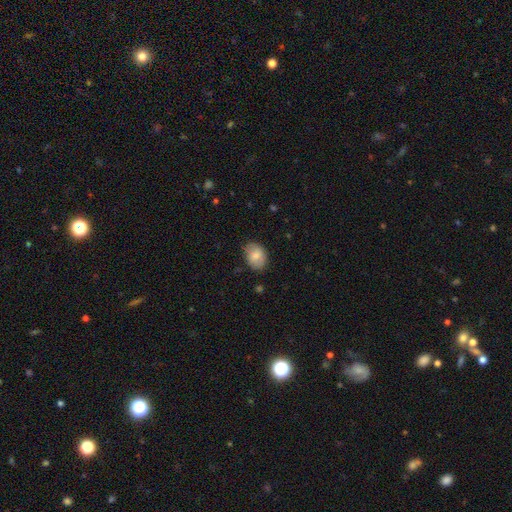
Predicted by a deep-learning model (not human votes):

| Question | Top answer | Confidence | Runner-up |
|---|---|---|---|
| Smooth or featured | smooth | 80% | featured or disk (13%) |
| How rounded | in between | 77% | round (22%) |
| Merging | none | 77% | minor disturbance (19%) |